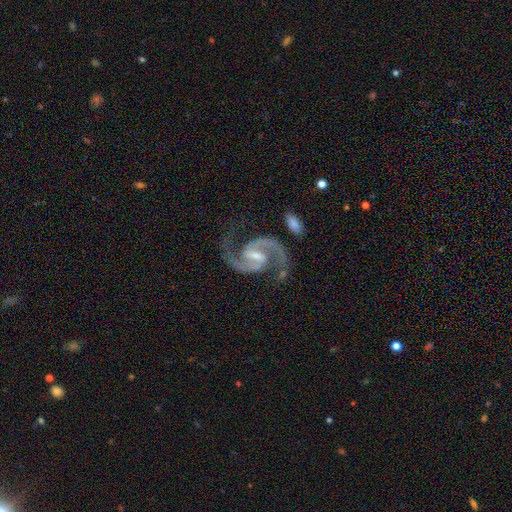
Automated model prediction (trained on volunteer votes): This appears to be a featured or disk galaxy (94%) with a weak bar (47%), 2 (95%) medium (69%) spiral arms (99%) and a small central bulge (57%). Merging: none (76%).